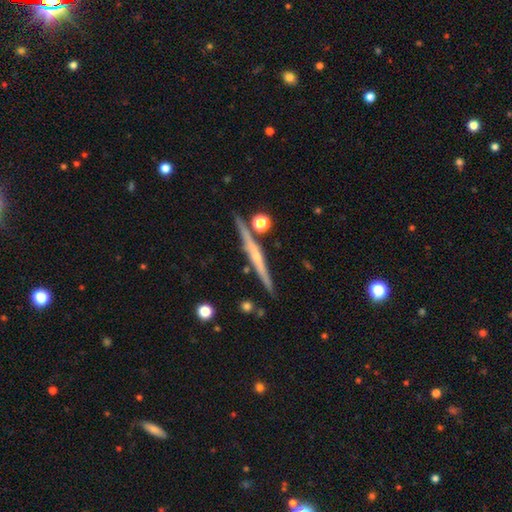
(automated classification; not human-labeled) Smooth or featured? Predicted: featured or disk (p=0.68). Edge-on disk? Predicted: yes (p=0.98). Edge-on bulge? Predicted: none (p=0.49). Merging? Predicted: none (p=0.86).